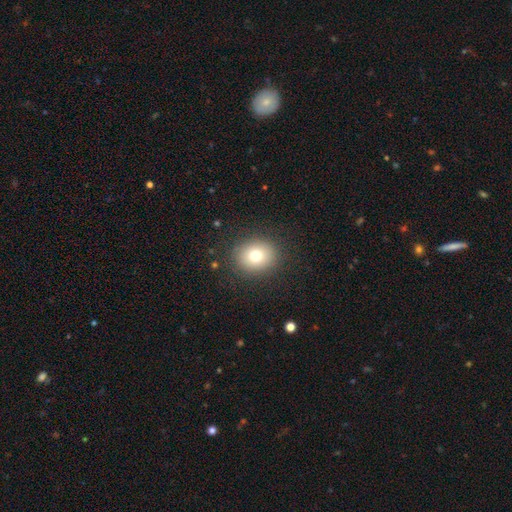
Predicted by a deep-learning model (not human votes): Q: Smooth or featured?
A: smooth (75%); runner-up: star or artifact (13%)
Q: How rounded?
A: round (73%); runner-up: in between (26%)
Q: Merging?
A: none (89%); runner-up: minor disturbance (7%)